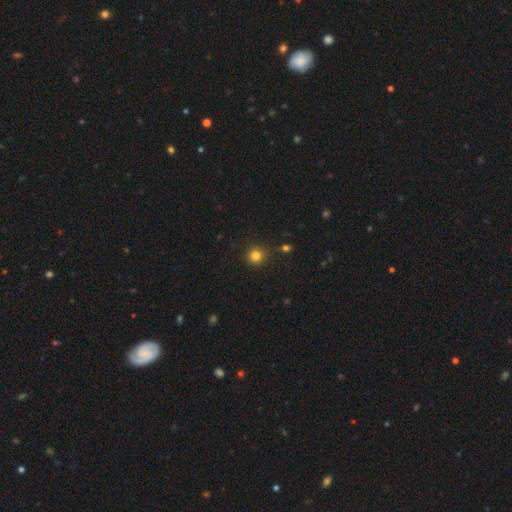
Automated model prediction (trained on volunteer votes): This is clearly a smooth galaxy (81%). How rounded: clearly round (94%). Merging: clearly none (88%).